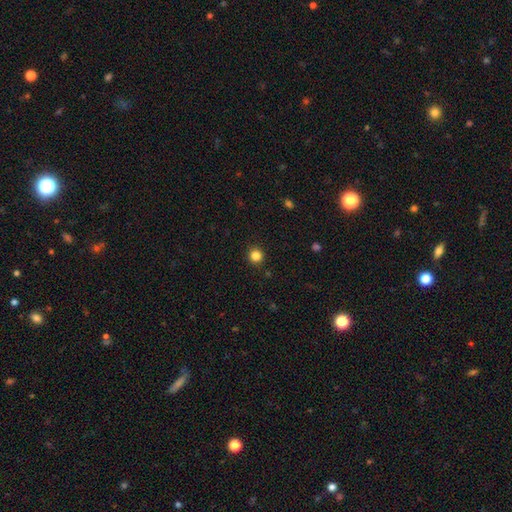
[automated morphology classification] This appears to be a smooth galaxy with no disk features (84%) that is round (94%). Merging: none (92%).